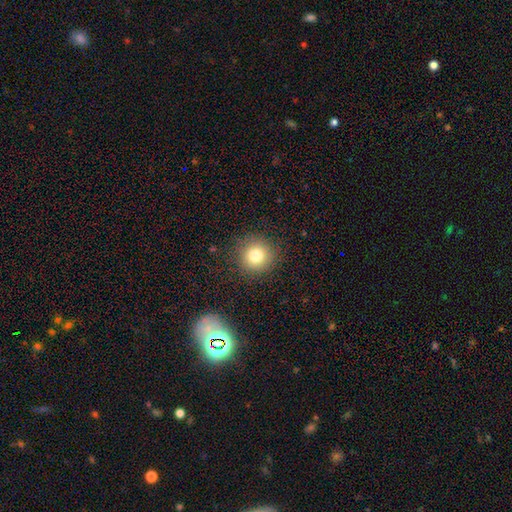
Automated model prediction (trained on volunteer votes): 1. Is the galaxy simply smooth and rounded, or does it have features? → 80% smooth, 11% star or artifact, 8% featured or disk.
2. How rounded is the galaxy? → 93% round, 6% in between, 1% cigar-shaped.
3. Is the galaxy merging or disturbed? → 88% none, 7% minor disturbance, 3% major disturbance, 1% merger.